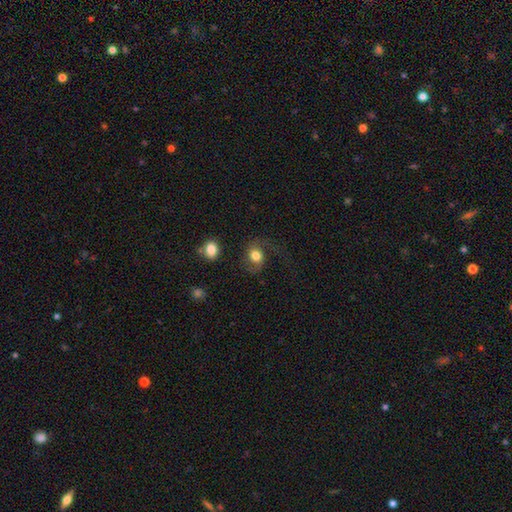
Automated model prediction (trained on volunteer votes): smooth 57%, featured or disk 34%, star or artifact 9%. Down the decision tree: how rounded — round (61%); merging — none (53%).